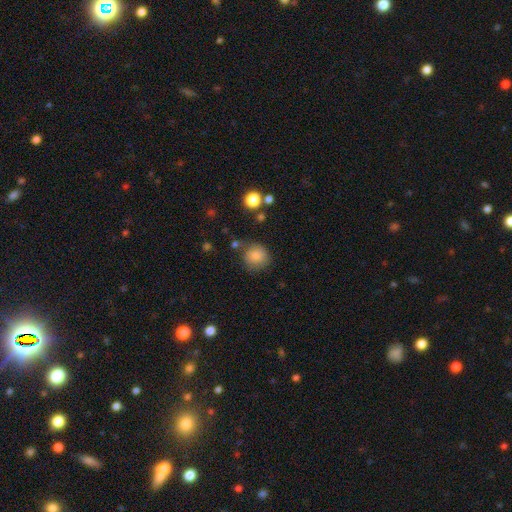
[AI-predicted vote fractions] Overall: smooth (83%). How rounded: round (87%). Merging: none (72%).